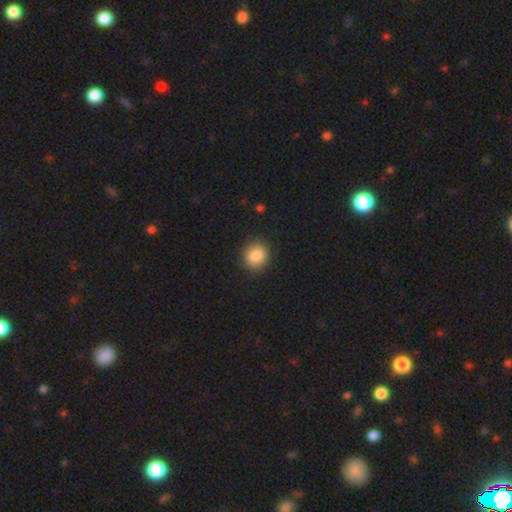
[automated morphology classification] Smooth or featured? smooth (86%)
How rounded? round (81%)
Merging? none (88%)